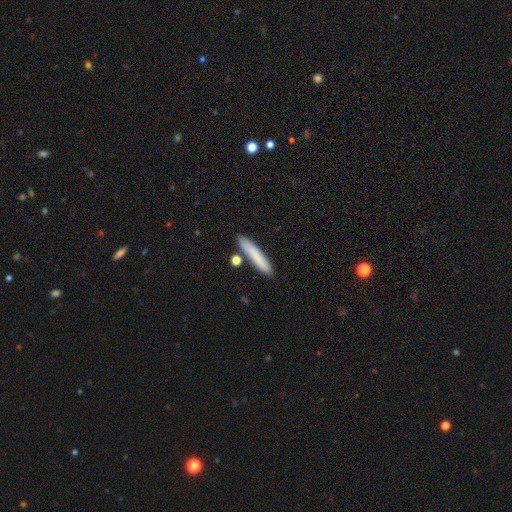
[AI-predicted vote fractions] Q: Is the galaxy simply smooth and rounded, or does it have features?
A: smooth — 80%.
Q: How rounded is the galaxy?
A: cigar-shaped — 91%.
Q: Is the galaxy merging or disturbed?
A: none — 83%.